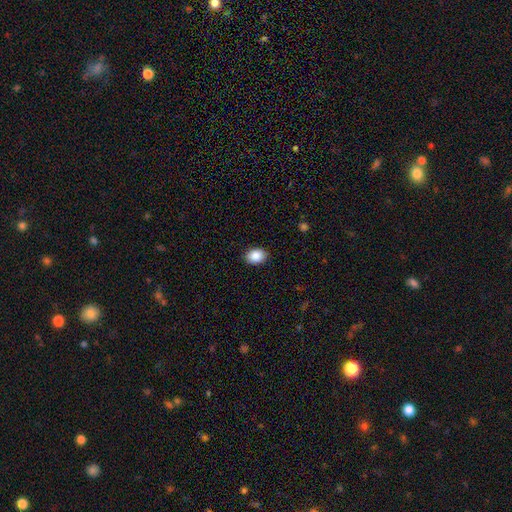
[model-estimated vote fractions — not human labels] This is clearly a smooth galaxy (89%). How rounded: likely in between (71%). Merging: clearly none (89%).